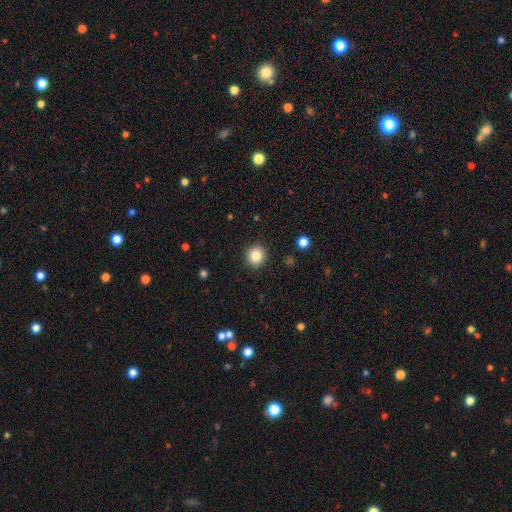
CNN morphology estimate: smooth_or_featured: smooth (p=0.85) [alt: star or artifact p=0.10]
how_rounded: round (p=0.91) [alt: in between p=0.08]
merging: none (p=0.91) [alt: minor disturbance p=0.06]